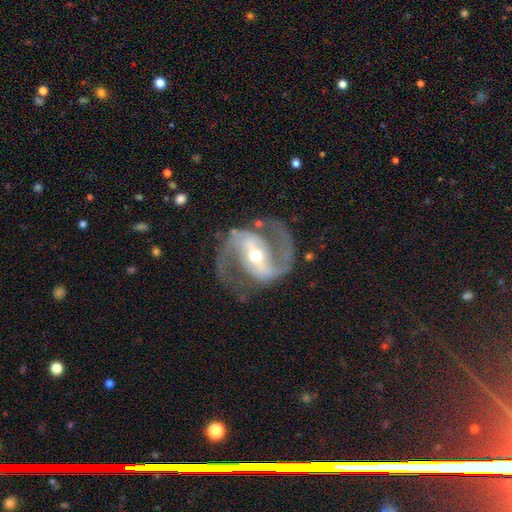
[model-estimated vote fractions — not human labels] smooth-or-featured: featured or disk: 92% | star or artifact: 4% | smooth: 3%
  disk-edge-on: no: 98% | yes: 2%
    bar: strong: 56% | weak: 30% | no: 14%
    has-spiral-arms: yes: 98% | no: 2%
      spiral-winding: medium: 63% | loose: 20% | tight: 17%
      spiral-arm-count: 2: 94% | can't tell: 2% | 1: 1% | 3: 1% | 4: 1% | more than 4: 1%
    bulge-size: moderate: 55% | small: 40% | large: 3% | dominant: 1% | none: 1%
  merging: none: 81% | minor disturbance: 11% | major disturbance: 7% | merger: 1%